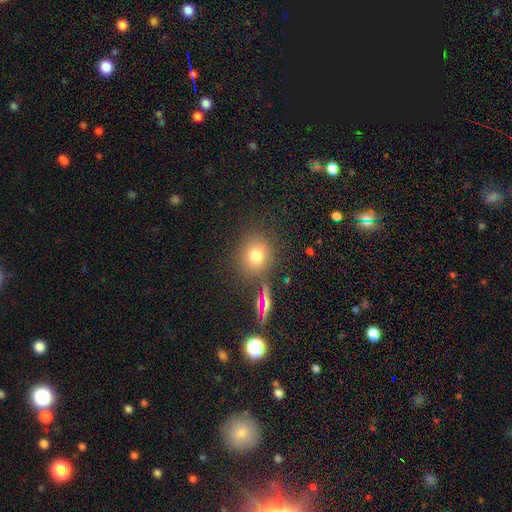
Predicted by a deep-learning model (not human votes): Smooth or featured: smooth — 72% (star or artifact — 18%)
How rounded: round — 75% (in between — 23%)
Merging: none — 78% (minor disturbance — 11%)